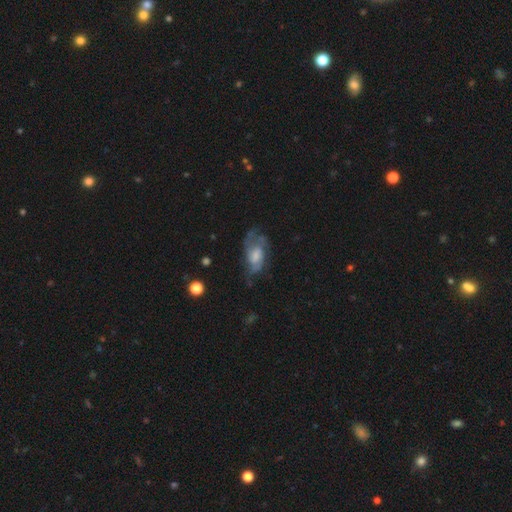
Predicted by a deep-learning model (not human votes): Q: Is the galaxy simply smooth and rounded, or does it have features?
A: featured or disk — 65%.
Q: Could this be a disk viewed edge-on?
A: no — 95%.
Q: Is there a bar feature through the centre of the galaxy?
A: no — 56%.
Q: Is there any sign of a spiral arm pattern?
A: yes — 81%.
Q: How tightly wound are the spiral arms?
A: medium — 45%.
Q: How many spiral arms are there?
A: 2 — 38%.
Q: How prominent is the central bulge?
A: moderate — 35%.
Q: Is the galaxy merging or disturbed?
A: none — 45%.